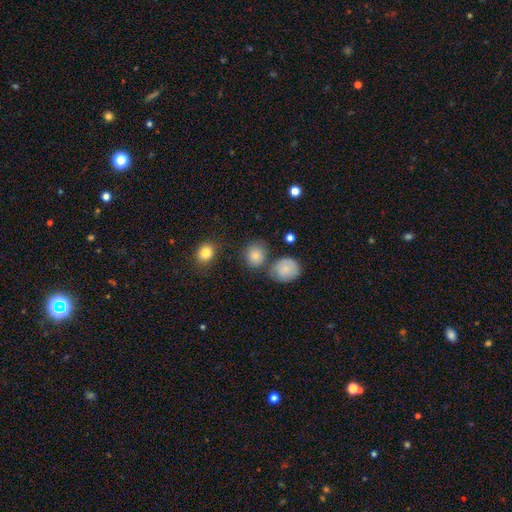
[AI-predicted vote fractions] smooth-or-featured: smooth: 79% | star or artifact: 13% | featured or disk: 8%
  how-rounded: round: 81% | in between: 18% | cigar-shaped: 1%
  merging: none: 71% | merger: 14% | minor disturbance: 11% | major disturbance: 4%